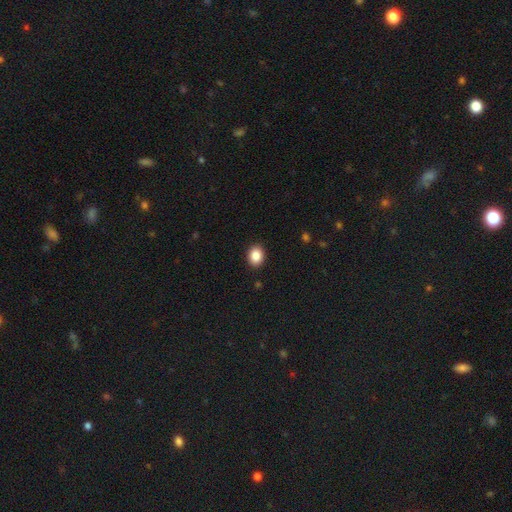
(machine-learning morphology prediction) smooth_or_featured: smooth (p=0.88) [alt: star or artifact p=0.09]
how_rounded: in between (p=0.56) [alt: round p=0.43]
merging: none (p=0.91) [alt: minor disturbance p=0.07]